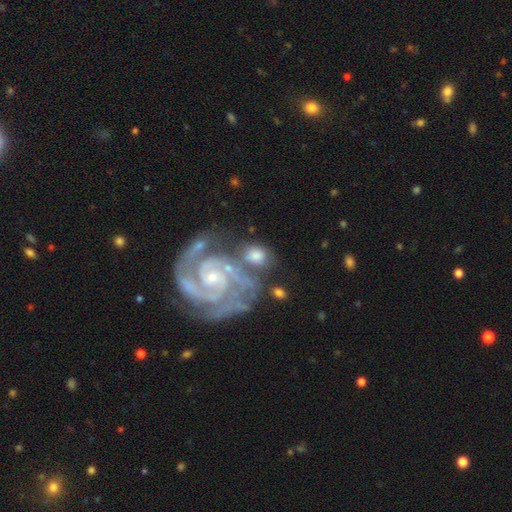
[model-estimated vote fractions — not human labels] Smooth or featured? Predicted: featured or disk (p=0.65). Edge-on disk? Predicted: no (p=0.97). Bar? Predicted: no (p=0.58). Spiral arms? Predicted: yes (p=0.94). Spiral winding? Predicted: tight (p=0.62). Spiral arm count? Predicted: 2 (p=0.49). Bulge size? Predicted: small (p=0.63). Merging? Predicted: none (p=0.46).